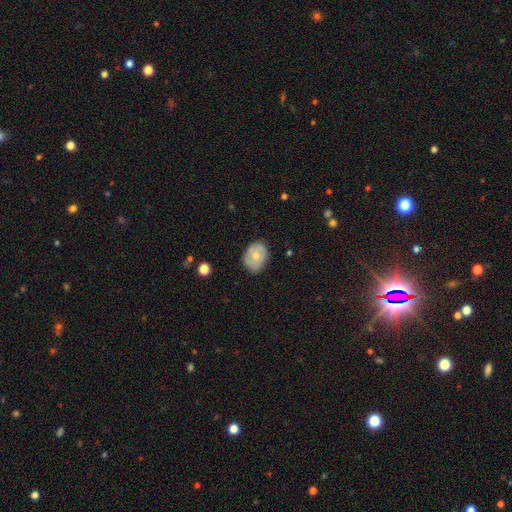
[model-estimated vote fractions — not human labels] The model was most divided on "smooth or featured": smooth: 52%, featured or disk: 41%, star or artifact: 7%. More confident: merging — none (74%); how rounded — in between (58%).